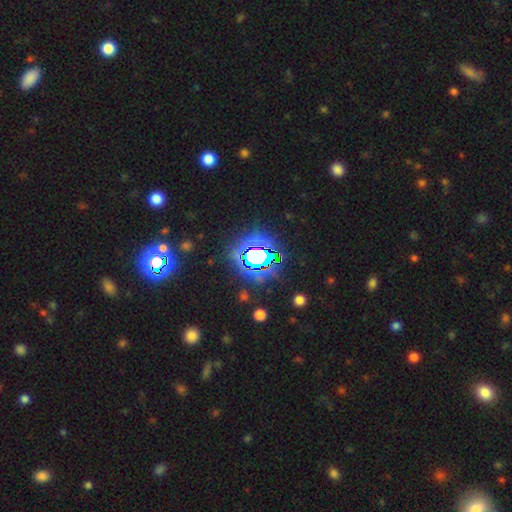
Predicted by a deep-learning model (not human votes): Smooth or featured? star or artifact (72%)